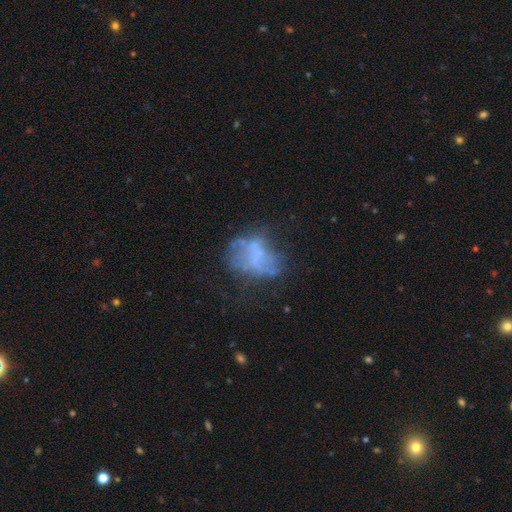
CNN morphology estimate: This is possibly a featured or disk galaxy (55%). It is clearly not viewed edge-on (98%). Bar: clearly no (84%). Spiral arm pattern: clearly no (84%). Central bulge: likely none (76%). Merging: marginally none (39%).